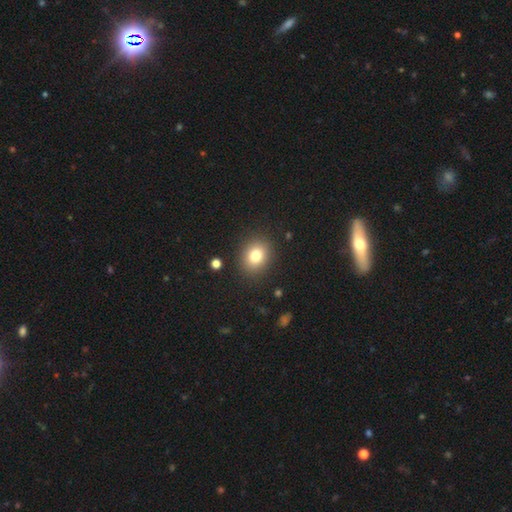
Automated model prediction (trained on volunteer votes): smooth-or-featured: smooth: 79% | star or artifact: 12% | featured or disk: 9%
  how-rounded: round: 62% | in between: 37% | cigar-shaped: 1%
  merging: none: 88% | minor disturbance: 8% | major disturbance: 3% | merger: 2%